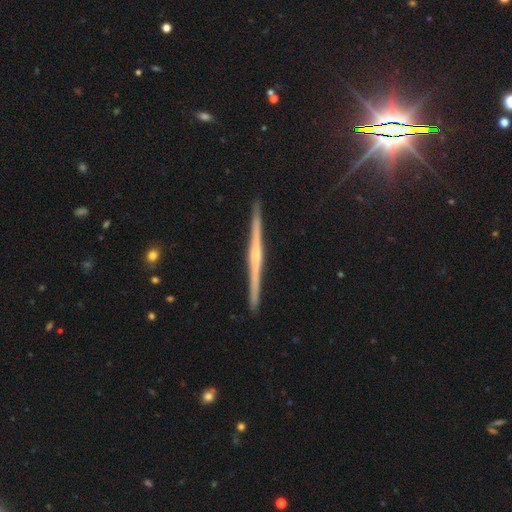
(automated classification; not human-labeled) Smooth or featured? Predicted: featured or disk (p=0.80). Edge-on disk? Predicted: yes (p=0.99). Edge-on bulge? Predicted: rounded (p=0.57). Merging? Predicted: none (p=0.92).